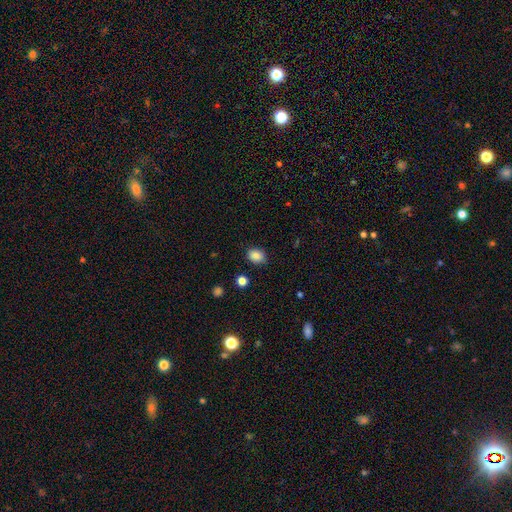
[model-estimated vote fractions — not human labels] The model was most divided on "how rounded": in between: 62%, round: 37%, cigar-shaped: 1%. More confident: smooth or featured — smooth (87%); merging — none (83%).